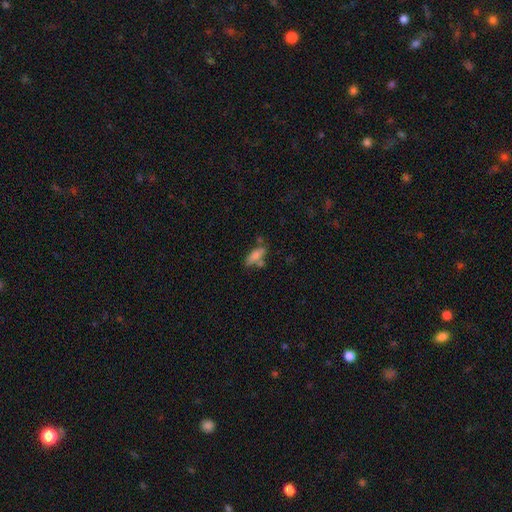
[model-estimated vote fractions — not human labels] This is likely a smooth galaxy (71%). How rounded: likely in between (62%). Merging: possibly none (55%).